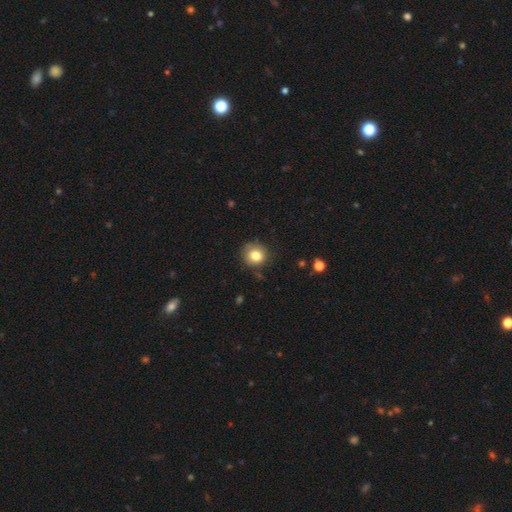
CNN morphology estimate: smooth_or_featured: smooth (p=0.80) [alt: featured or disk p=0.10]
how_rounded: round (p=0.87) [alt: in between p=0.13]
merging: none (p=0.77) [alt: minor disturbance p=0.17]